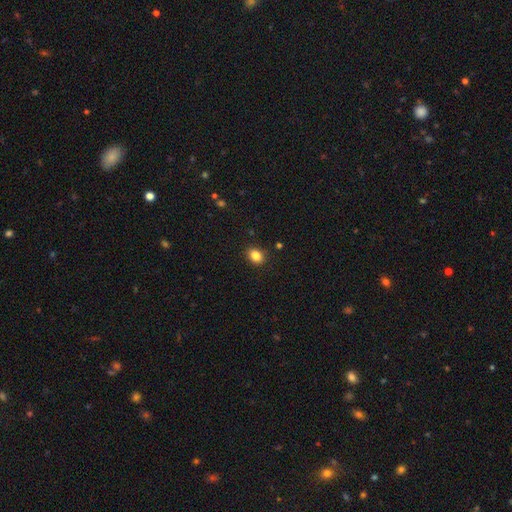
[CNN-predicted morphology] This is clearly a smooth galaxy (85%). How rounded: possibly in between (57%). Merging: clearly none (88%).